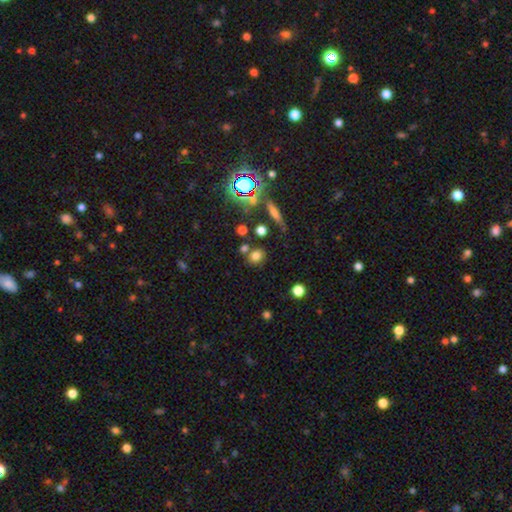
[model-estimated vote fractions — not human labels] Smooth or featured? Predicted: smooth (p=0.72). How rounded? Predicted: round (p=0.69). Merging? Predicted: none (p=0.70).